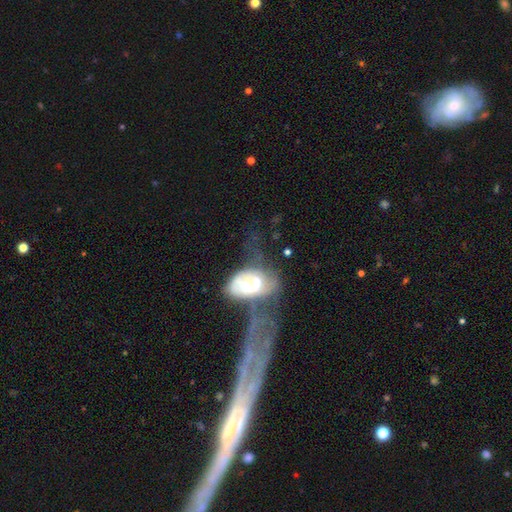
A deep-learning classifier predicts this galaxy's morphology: A featured or disk galaxy (55%). Merging: merger (36%).